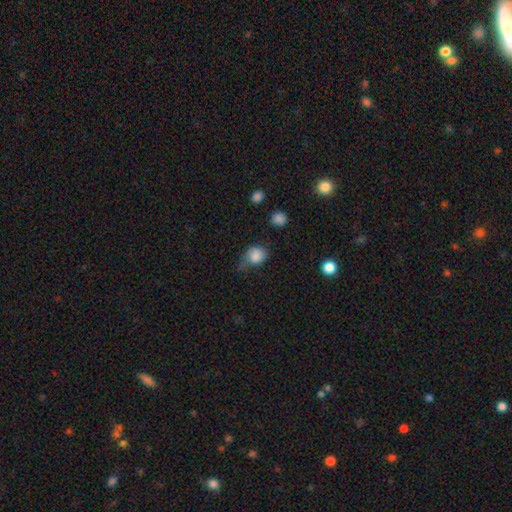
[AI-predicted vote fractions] smooth 83%, star or artifact 10%, featured or disk 7%. Down the decision tree: how rounded — round (63%); merging — none (43%).